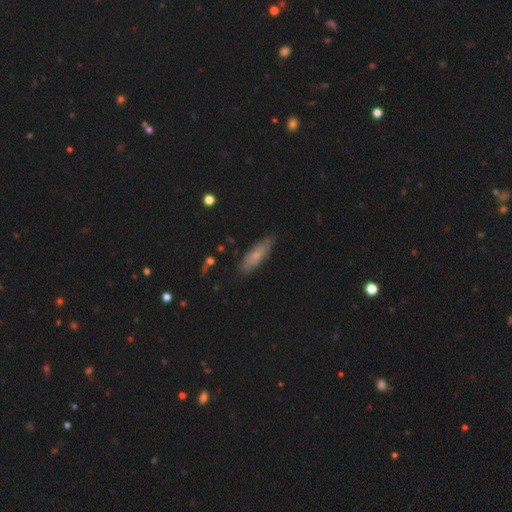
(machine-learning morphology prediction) This is likely a smooth galaxy (63%). How rounded: possibly cigar-shaped (56%). Merging: clearly none (82%).